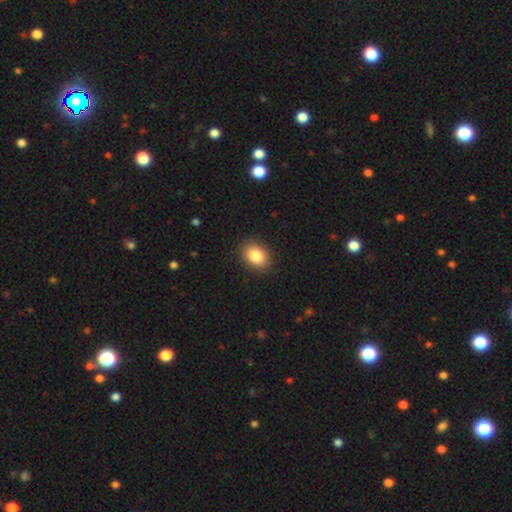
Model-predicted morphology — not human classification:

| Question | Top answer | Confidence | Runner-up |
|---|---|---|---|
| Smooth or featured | smooth | 85% | star or artifact (9%) |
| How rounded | in between | 69% | round (30%) |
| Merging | none | 89% | minor disturbance (8%) |